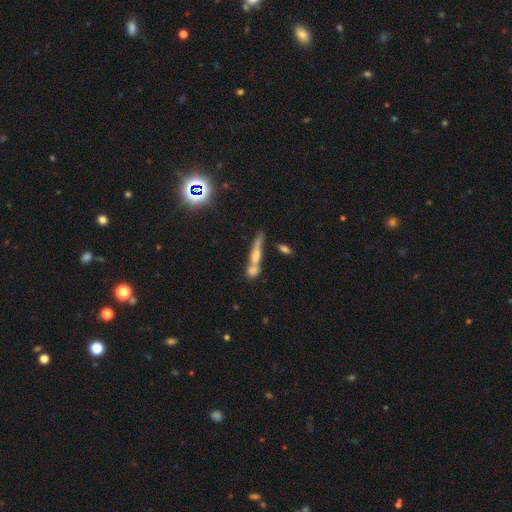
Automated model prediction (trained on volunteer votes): Morphology: type=featured or disk (51%); edge-on=yes (82%); merging=none (42%).